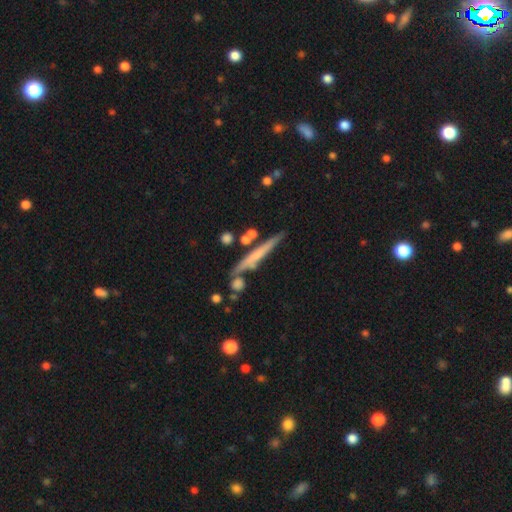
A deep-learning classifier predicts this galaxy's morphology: smooth_or_featured: featured or disk (p=0.50) [alt: smooth p=0.43]
merging: none (p=0.73) [alt: minor disturbance p=0.14]